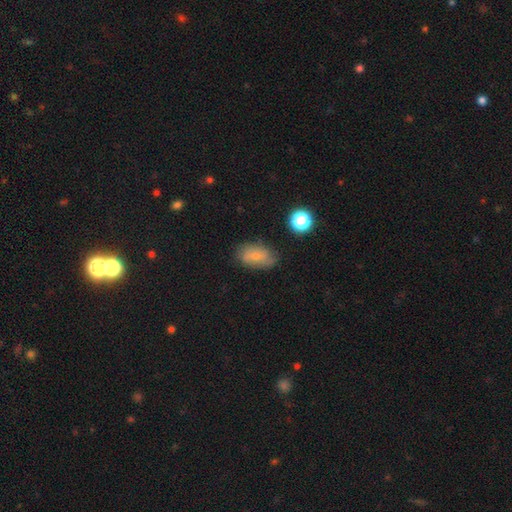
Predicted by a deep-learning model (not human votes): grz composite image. It shows a smooth galaxy with no disk features (61%) that is in between round and cigar-shaped (87%). Merging: none (72%).